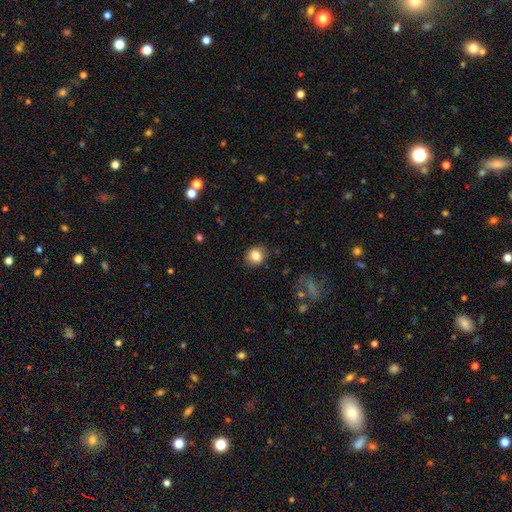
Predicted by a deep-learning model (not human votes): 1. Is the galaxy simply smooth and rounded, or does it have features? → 83% smooth, 10% star or artifact, 7% featured or disk.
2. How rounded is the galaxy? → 77% round, 22% in between, 1% cigar-shaped.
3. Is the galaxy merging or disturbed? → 86% none, 10% minor disturbance, 3% major disturbance, 1% merger.